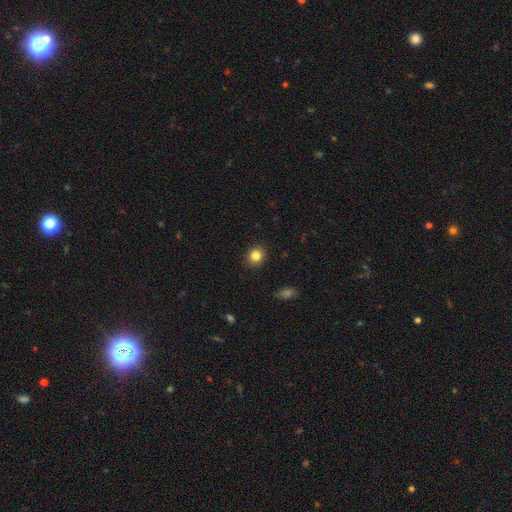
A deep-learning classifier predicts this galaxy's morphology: Q: Smooth or featured?
A: smooth (84%); runner-up: star or artifact (11%)
Q: How rounded?
A: round (83%); runner-up: in between (16%)
Q: Merging?
A: none (91%); runner-up: minor disturbance (6%)